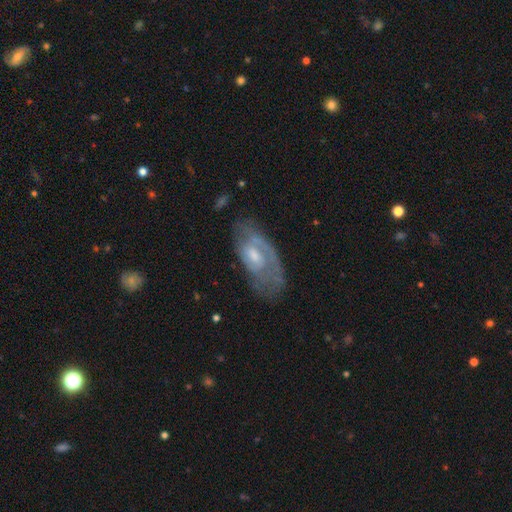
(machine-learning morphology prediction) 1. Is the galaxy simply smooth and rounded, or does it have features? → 72% featured or disk, 21% smooth, 7% star or artifact.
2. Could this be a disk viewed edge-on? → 91% no, 9% yes.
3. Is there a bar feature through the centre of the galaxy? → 56% no, 37% weak, 6% strong.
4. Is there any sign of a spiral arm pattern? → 78% yes, 22% no.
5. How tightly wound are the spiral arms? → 51% tight, 36% medium, 13% loose.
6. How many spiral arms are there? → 33% can't tell, 31% 1, 29% 2, 4% 3, 2% 4, 2% more than 4.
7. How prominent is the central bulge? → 53% moderate, 32% small, 8% large, 6% none, 1% dominant.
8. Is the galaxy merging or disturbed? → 58% none, 24% minor disturbance, 15% major disturbance, 2% merger.